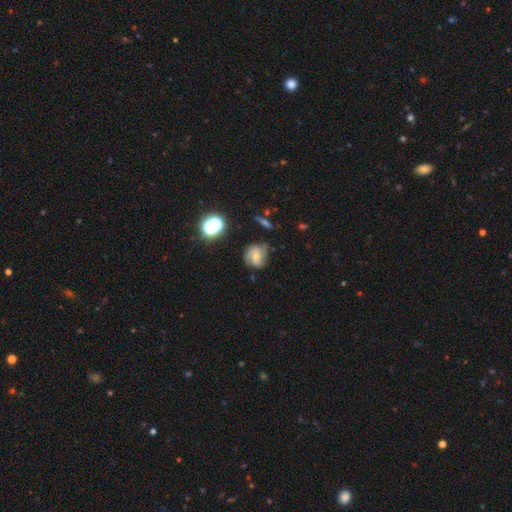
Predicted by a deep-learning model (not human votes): This appears to be a featured or disk galaxy (46%). Merging: none (57%).